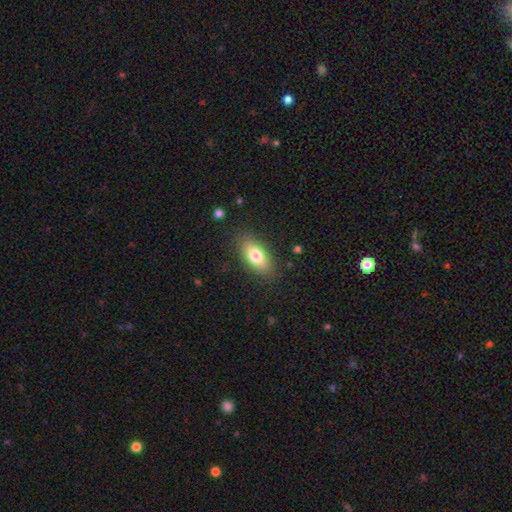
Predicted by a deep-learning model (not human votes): smooth_or_featured: smooth (p=0.75) [alt: featured or disk p=0.18]
how_rounded: in between (p=0.84) [alt: cigar-shaped p=0.12]
merging: none (p=0.85) [alt: minor disturbance p=0.11]